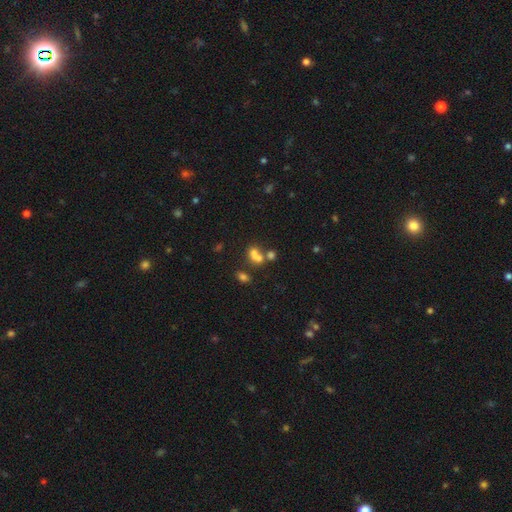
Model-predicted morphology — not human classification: Smooth or featured? Predicted: smooth (p=0.65). How rounded? Predicted: in between (p=0.58). Merging? Predicted: merger (p=0.53).